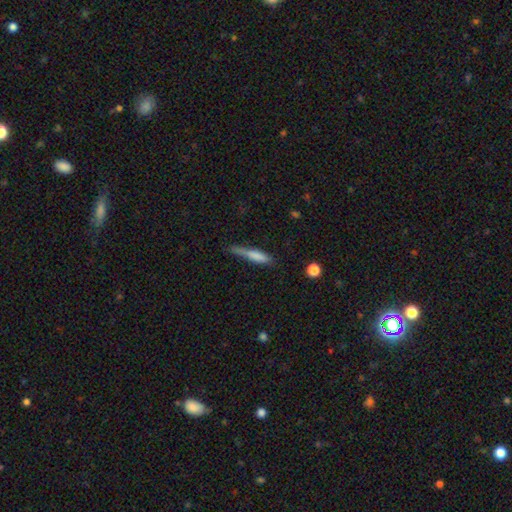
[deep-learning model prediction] smooth_or_featured: smooth (p=0.71) [alt: featured or disk p=0.22]
how_rounded: cigar-shaped (p=0.82) [alt: in between p=0.16]
merging: none (p=0.48) [alt: minor disturbance p=0.34]